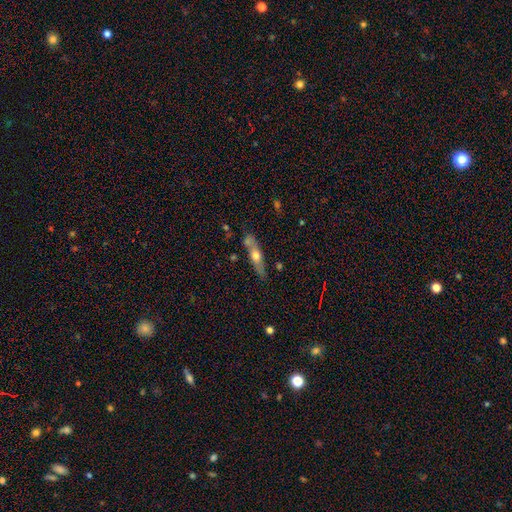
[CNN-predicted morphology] Overall: featured or disk (47%; smooth 46%). Merging: none (66%).